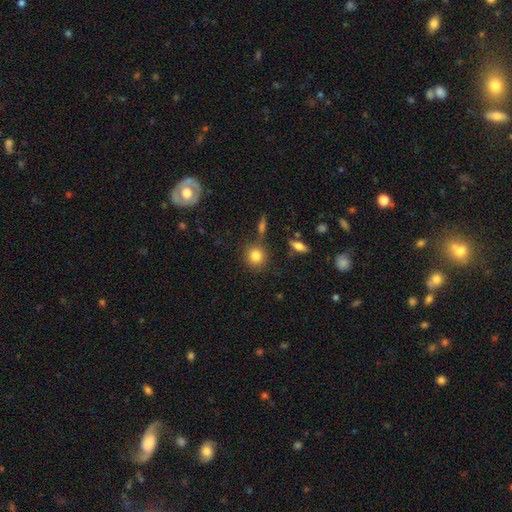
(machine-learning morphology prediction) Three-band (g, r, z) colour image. It shows a smooth galaxy with no disk features (83%) that is round (85%). Merging: none (79%).